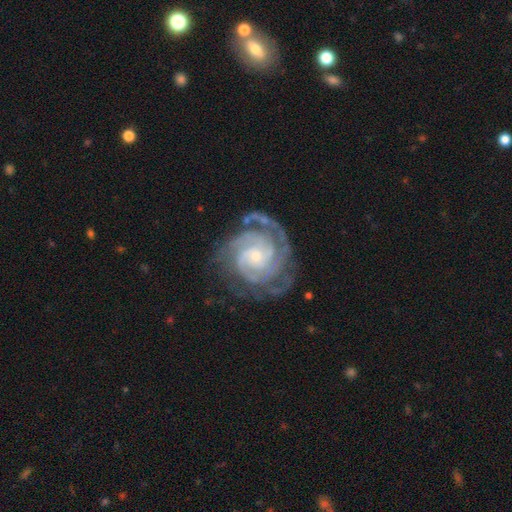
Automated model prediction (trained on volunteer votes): Smooth or featured?
  - featured or disk: 91% *
  - star or artifact: 5%
  - smooth: 4%
Edge-on disk?
  - no: 98% *
  - yes: 2%
Bar?
  - no: 68% *
  - weak: 26%
  - strong: 6%
Spiral arms?
  - yes: 98% *
  - no: 2%
Spiral winding?
  - tight: 73% *
  - medium: 24%
  - loose: 3%
Spiral arm count?
  - 3: 31% *
  - 2: 22%
  - 4: 18%
  - can't tell: 17%
  - more than 4: 7%
  - 1: 6%
Bulge size?
  - small: 69% *
  - moderate: 26%
  - none: 2%
  - large: 2%
  - dominant: 1%
Merging?
  - none: 68% *
  - minor disturbance: 18%
  - major disturbance: 11%
  - merger: 3%